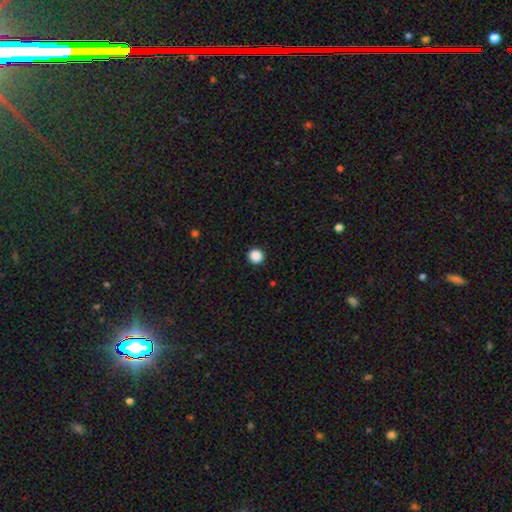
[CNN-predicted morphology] smooth_or_featured: smooth (p=0.88) [alt: star or artifact p=0.10]
how_rounded: round (p=0.96) [alt: in between p=0.04]
merging: none (p=0.93) [alt: minor disturbance p=0.04]